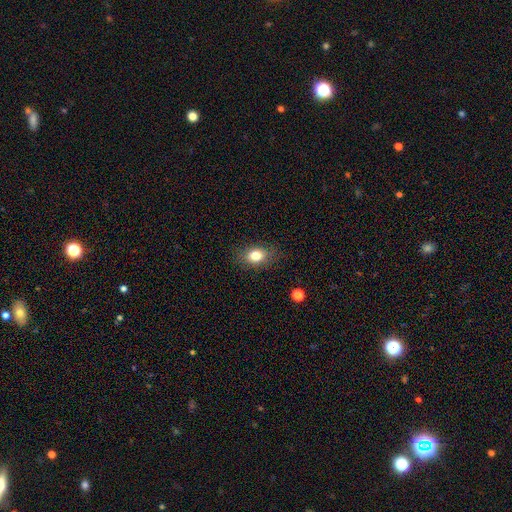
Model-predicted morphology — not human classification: type=smooth (80%); roundness=in between (71%); merging=none (81%).